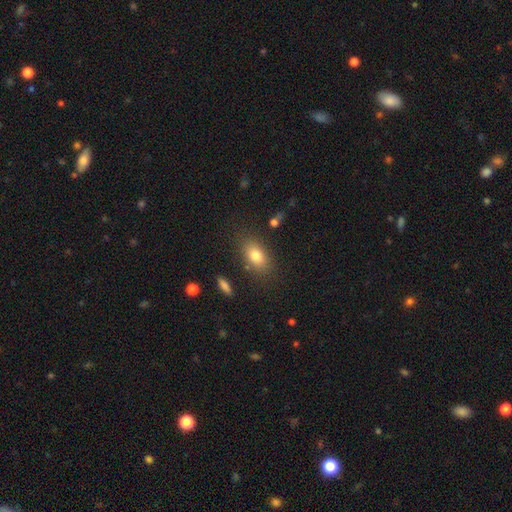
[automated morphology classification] Smooth or featured: smooth — 79% (featured or disk — 12%)
How rounded: in between — 84% (round — 13%)
Merging: none — 80% (minor disturbance — 12%)